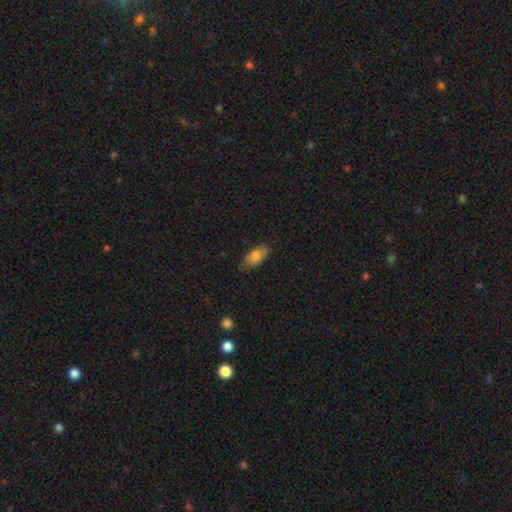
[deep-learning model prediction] This appears to be a smooth galaxy with no disk features (80%) that is in between round and cigar-shaped (88%). Merging: none (78%).